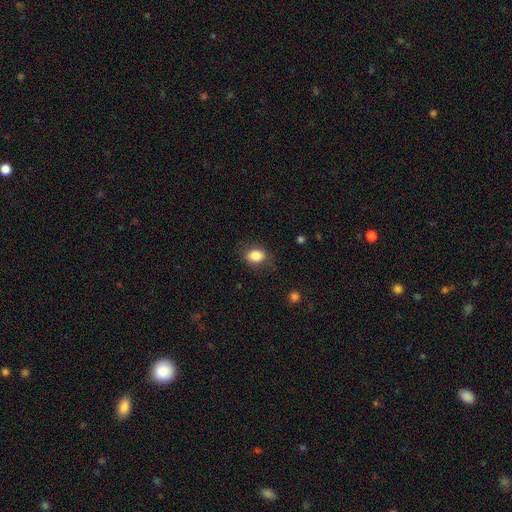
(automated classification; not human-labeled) smooth 84%, star or artifact 9%, featured or disk 7%. Down the decision tree: how rounded — in between (64%); merging — none (78%).